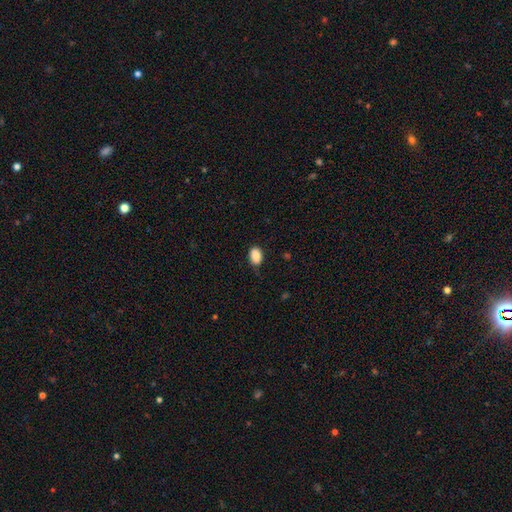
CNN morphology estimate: Smooth or featured?
  - smooth: 89% *
  - star or artifact: 8%
  - featured or disk: 3%
How rounded?
  - in between: 83% *
  - round: 16%
  - cigar-shaped: 1%
Merging?
  - none: 75% *
  - minor disturbance: 20%
  - major disturbance: 3%
  - merger: 1%